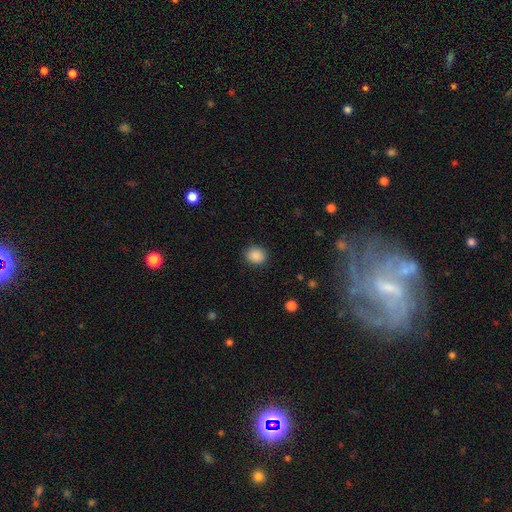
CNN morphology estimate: This is clearly a smooth galaxy (89%). How rounded: likely round (69%). Merging: clearly none (89%).